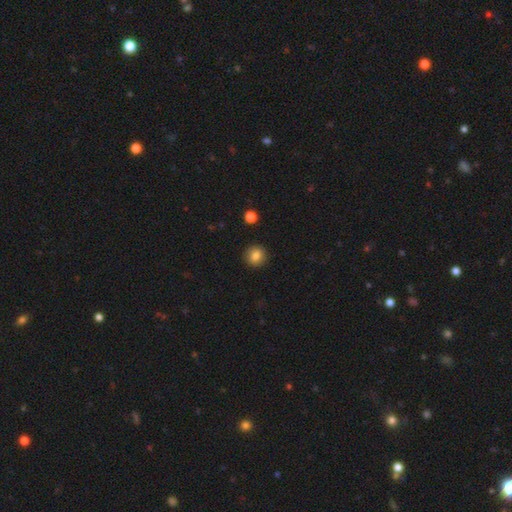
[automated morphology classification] This is clearly a smooth galaxy (84%). How rounded: clearly round (92%). Merging: clearly none (92%).